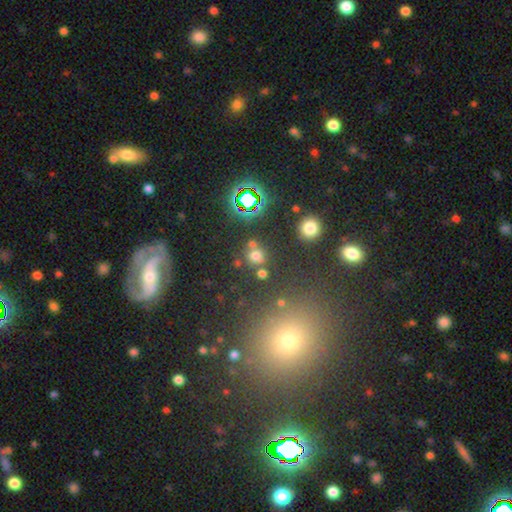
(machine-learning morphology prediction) Smooth or featured: smooth — 61% (star or artifact — 30%)
How rounded: round — 84% (in between — 15%)
Merging: none — 67% (merger — 19%)